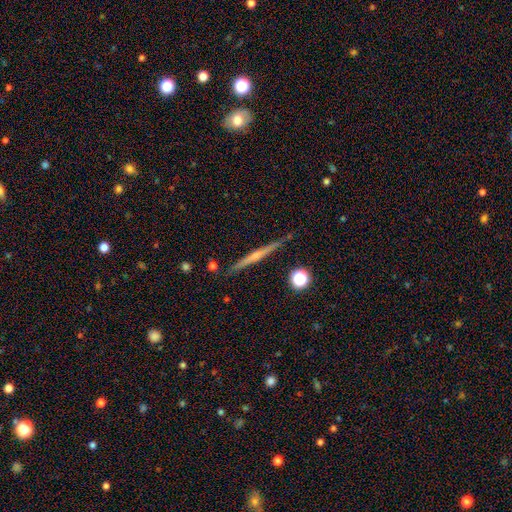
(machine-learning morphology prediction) smooth_or_featured: featured or disk (p=0.70) [alt: smooth p=0.23]
disk_edge_on: yes (p=0.98) [alt: no p=0.02]
edge_on_bulge: rounded (p=0.63) [alt: none p=0.30]
merging: none (p=0.89) [alt: minor disturbance p=0.08]